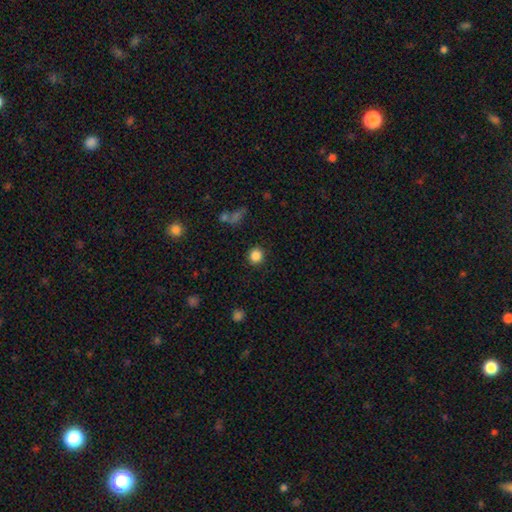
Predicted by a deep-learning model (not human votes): Smooth or featured? Predicted: smooth (p=0.86). How rounded? Predicted: round (p=0.89). Merging? Predicted: none (p=0.89).